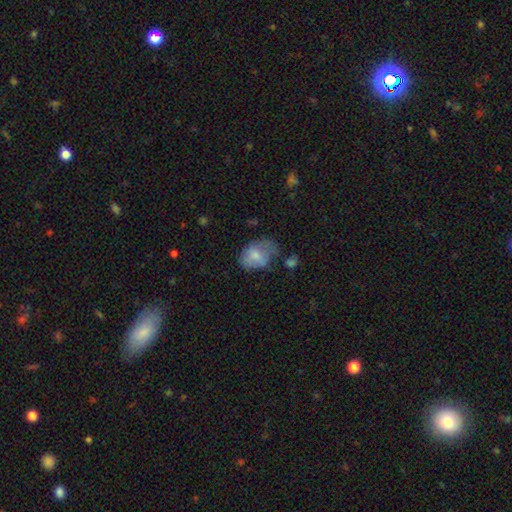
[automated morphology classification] smooth_or_featured: smooth (p=0.69) [alt: featured or disk p=0.23]
how_rounded: in between (p=0.76) [alt: round p=0.23]
merging: none (p=0.37) [alt: minor disturbance p=0.35]